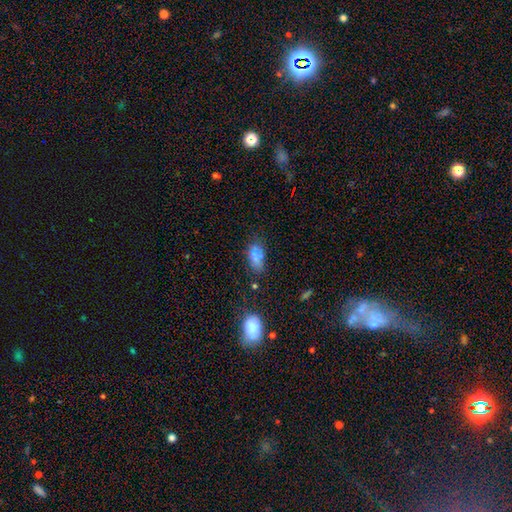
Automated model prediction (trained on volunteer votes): Smooth or featured? Predicted: smooth (p=0.60). How rounded? Predicted: in between (p=0.86). Merging? Predicted: none (p=0.64).